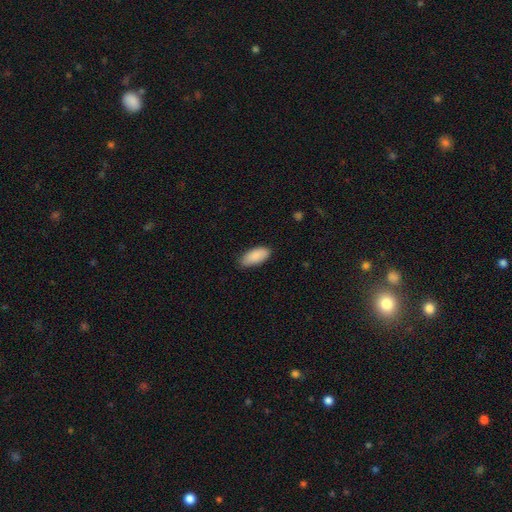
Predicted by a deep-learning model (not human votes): The model was most divided on "merging": none: 79%, minor disturbance: 17%, major disturbance: 2%, merger: 1%. More confident: how rounded — in between (91%); smooth or featured — smooth (89%).